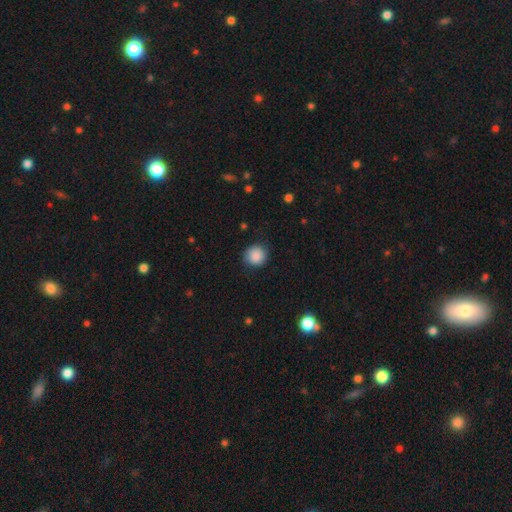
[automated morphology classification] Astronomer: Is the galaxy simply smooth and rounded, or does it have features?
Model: smooth — 87%.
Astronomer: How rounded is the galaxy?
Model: round — 91%.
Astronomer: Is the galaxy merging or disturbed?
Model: none — 83%.